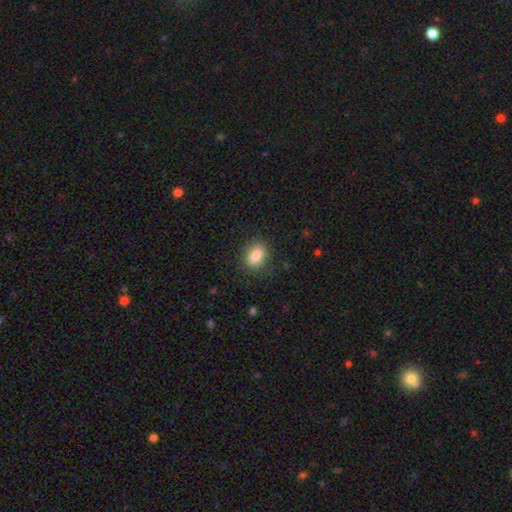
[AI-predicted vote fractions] The model was most divided on "how rounded": in between: 75%, round: 23%, cigar-shaped: 2%. More confident: merging — none (85%); smooth or featured — smooth (85%).